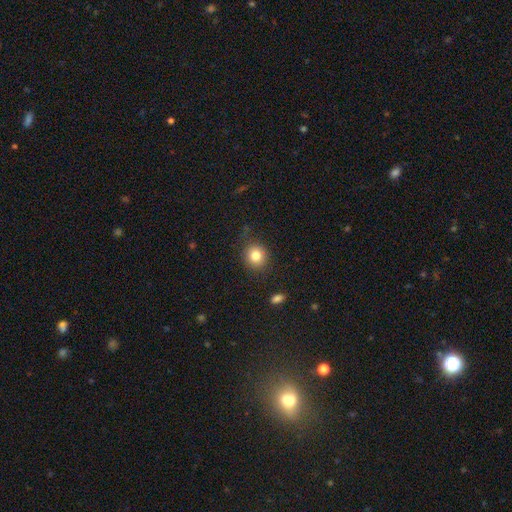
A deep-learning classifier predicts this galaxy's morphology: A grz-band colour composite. It shows a smooth galaxy with no disk features (82%) that is round (85%). Merging: none (85%).